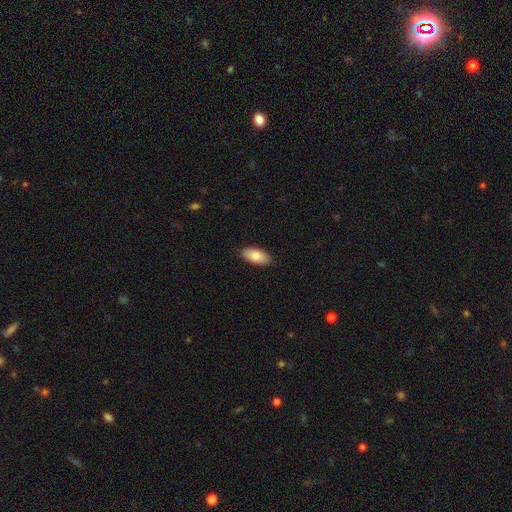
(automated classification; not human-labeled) This appears to be a smooth galaxy with no disk features (82%) that is in between round and cigar-shaped (91%). Merging: none (89%).